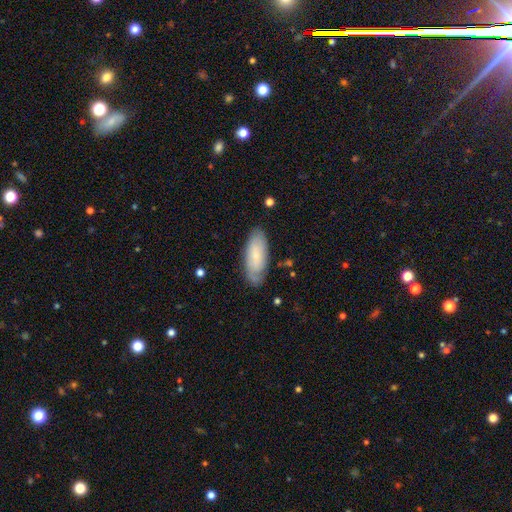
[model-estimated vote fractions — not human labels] A smooth galaxy with no disk features (58%) that is in between round and cigar-shaped (80%).

Vote fractions:
- Smooth or featured? smooth: 58% / featured or disk: 36% / star or artifact: 7%
- How rounded? in between: 80% / cigar-shaped: 18% / round: 2%
- Merging? none: 76% / minor disturbance: 18% / major disturbance: 4% / merger: 2%